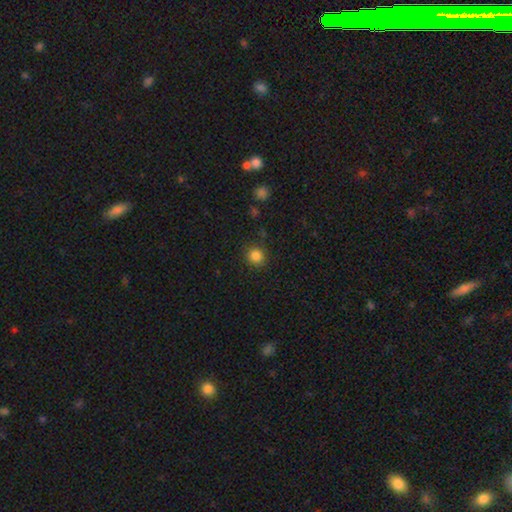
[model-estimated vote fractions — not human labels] Smooth or featured?
  - smooth: 84% *
  - star or artifact: 12%
  - featured or disk: 4%
How rounded?
  - round: 90% *
  - in between: 9%
  - cigar-shaped: 1%
Merging?
  - none: 87% *
  - minor disturbance: 9%
  - major disturbance: 3%
  - merger: 2%